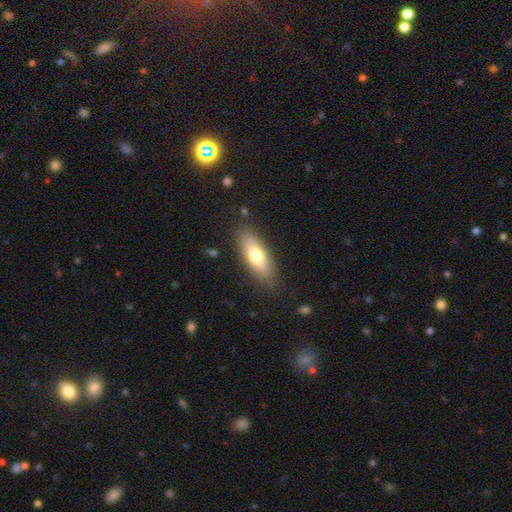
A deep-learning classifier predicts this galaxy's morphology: A smooth galaxy with no disk features (72%) that is in between round and cigar-shaped (68%).

Vote fractions:
- Smooth or featured? smooth: 72% / featured or disk: 22% / star or artifact: 6%
- How rounded? in between: 68% / cigar-shaped: 29% / round: 2%
- Merging? none: 84% / minor disturbance: 11% / major disturbance: 3% / merger: 1%